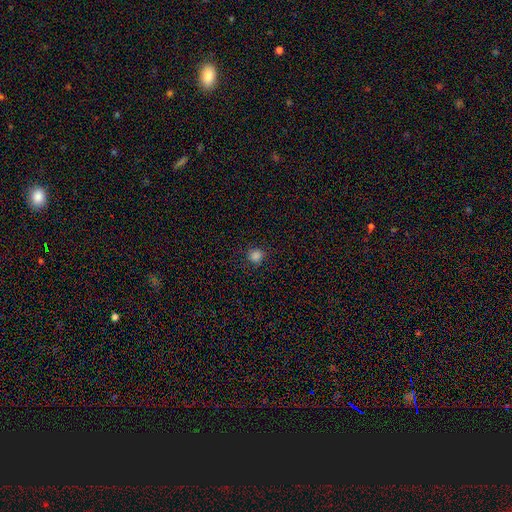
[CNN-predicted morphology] A smooth galaxy with no disk features (82%) that is round (92%).

Vote fractions:
- Smooth or featured? smooth: 82% / star or artifact: 14% / featured or disk: 3%
- How rounded? round: 92% / in between: 7% / cigar-shaped: 1%
- Merging? none: 87% / minor disturbance: 9% / major disturbance: 3% / merger: 1%